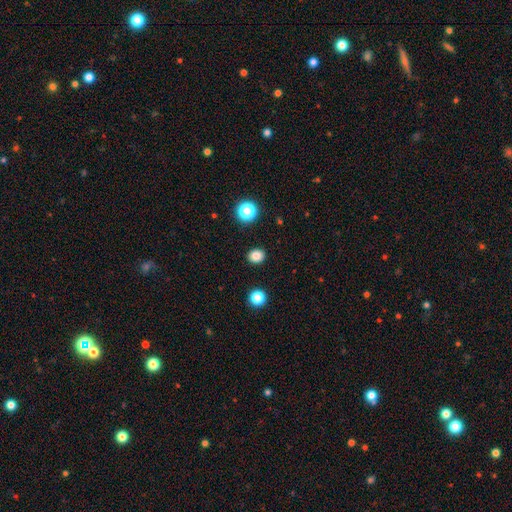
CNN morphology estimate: A smooth galaxy with no disk features (83%) that is round (67%). Merging: none (91%).